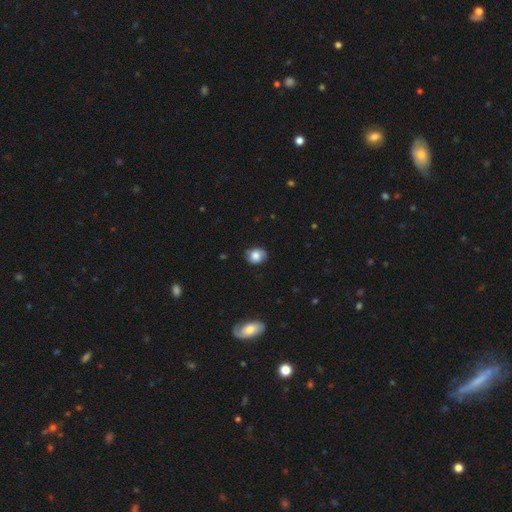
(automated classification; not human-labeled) smooth 76%, featured or disk 16%, star or artifact 9%. Down the decision tree: how rounded — round (62%); merging — none (74%).